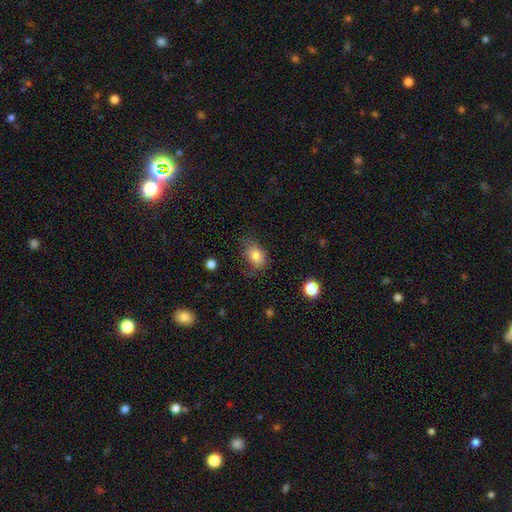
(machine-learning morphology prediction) smooth_or_featured: smooth (p=0.79) [alt: featured or disk p=0.11]
how_rounded: in between (p=0.80) [alt: round p=0.19]
merging: none (p=0.61) [alt: minor disturbance p=0.27]